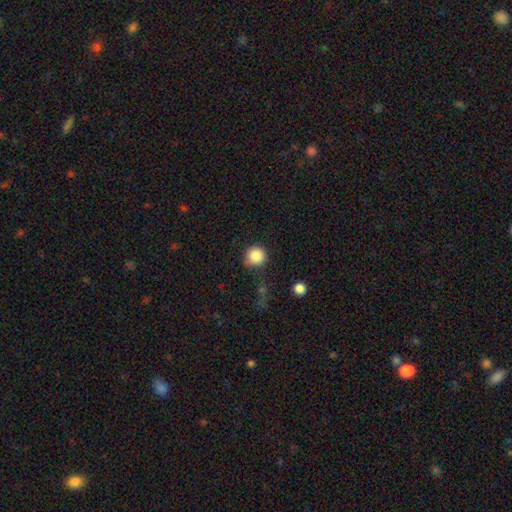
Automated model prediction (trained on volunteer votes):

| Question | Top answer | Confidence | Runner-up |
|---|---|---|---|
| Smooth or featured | smooth | 86% | star or artifact (10%) |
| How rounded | round | 93% | in between (6%) |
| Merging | none | 80% | minor disturbance (13%) |